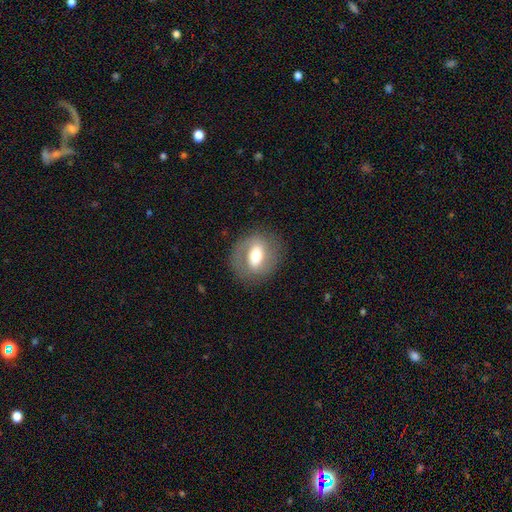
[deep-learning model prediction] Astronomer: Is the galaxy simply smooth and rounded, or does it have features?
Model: featured or disk — 49% (runner-up: smooth, 43%).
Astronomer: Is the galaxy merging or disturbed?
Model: none — 80%.